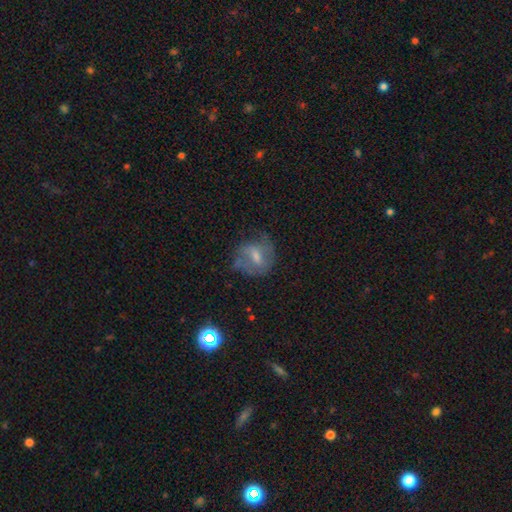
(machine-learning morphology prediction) Smooth or featured: featured or disk — 56% (smooth — 32%)
Edge-on disk: no — 96% (yes — 4%)
Bar: weak — 52% (no — 32%)
Spiral arms: yes — 70% (no — 30%)
Bulge size: moderate — 45% (small — 40%)
Merging: none — 55% (minor disturbance — 25%)